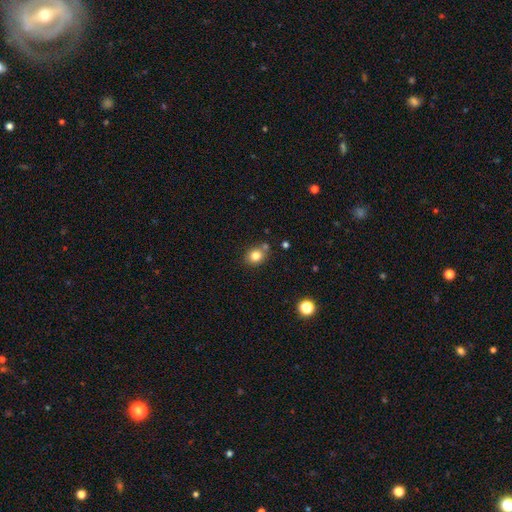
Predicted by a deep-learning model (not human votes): A smooth galaxy with no disk features (82%) that is round (71%).

Vote fractions:
- Smooth or featured? smooth: 82% / star or artifact: 11% / featured or disk: 7%
- How rounded? round: 71% / in between: 28% / cigar-shaped: 1%
- Merging? none: 72% / minor disturbance: 13% / merger: 12% / major disturbance: 3%